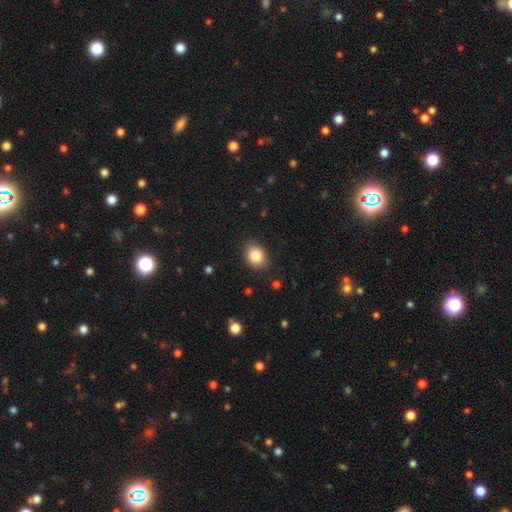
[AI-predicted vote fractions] Smooth or featured? Predicted: smooth (p=0.85). How rounded? Predicted: in between (p=0.53). Merging? Predicted: none (p=0.87).